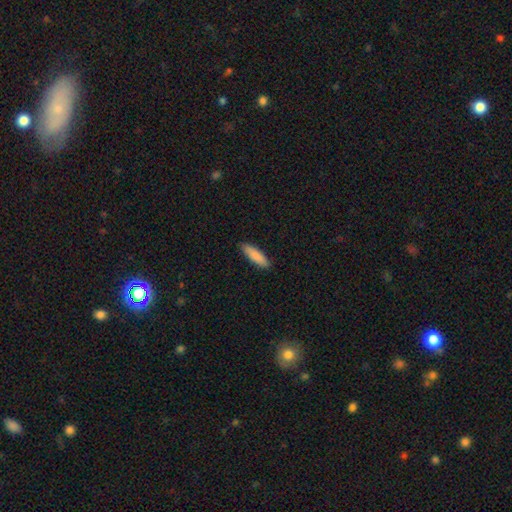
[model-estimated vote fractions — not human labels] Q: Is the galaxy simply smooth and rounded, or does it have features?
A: smooth — 88%.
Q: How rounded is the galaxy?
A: cigar-shaped — 64%.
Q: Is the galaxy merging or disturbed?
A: none — 89%.